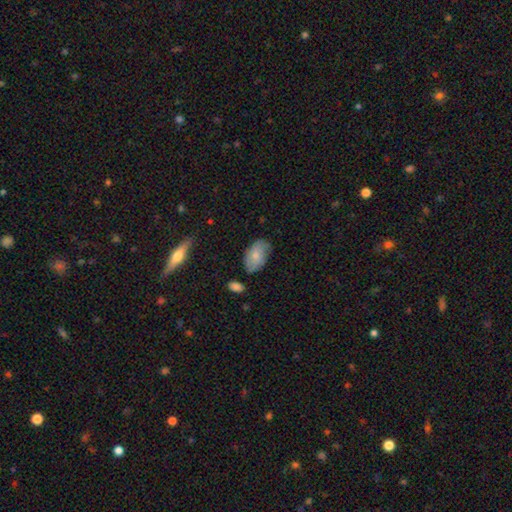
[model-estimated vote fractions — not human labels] smooth_or_featured: smooth (p=0.71) [alt: featured or disk p=0.22]
how_rounded: in between (p=0.92) [alt: round p=0.06]
merging: none (p=0.67) [alt: minor disturbance p=0.24]